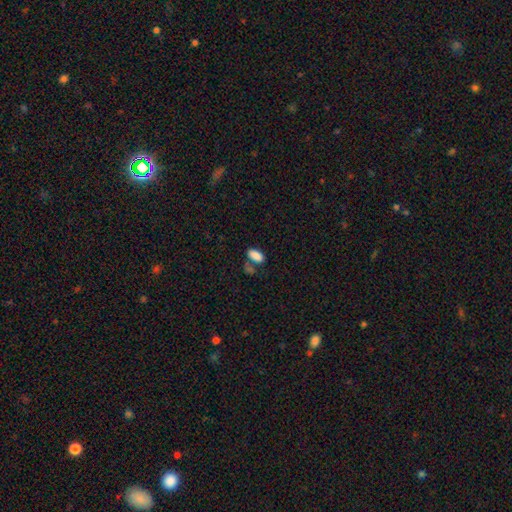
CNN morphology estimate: smooth 86%, star or artifact 9%, featured or disk 5%. Down the decision tree: how rounded — in between (92%); merging — none (56%).